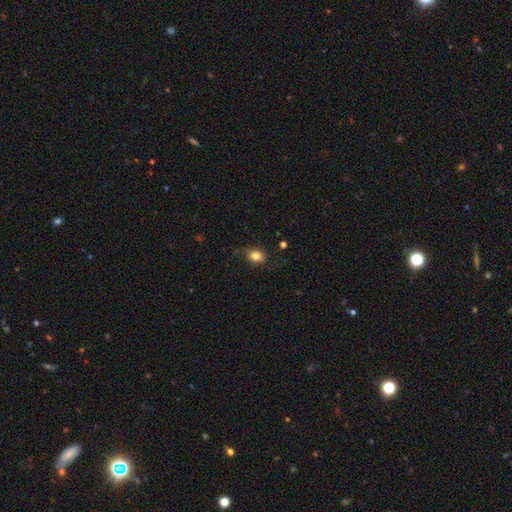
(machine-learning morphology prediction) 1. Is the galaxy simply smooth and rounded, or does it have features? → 76% smooth, 14% featured or disk, 10% star or artifact.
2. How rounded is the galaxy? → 53% in between, 46% round, 1% cigar-shaped.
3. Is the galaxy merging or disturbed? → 64% none, 23% minor disturbance, 12% major disturbance, 2% merger.